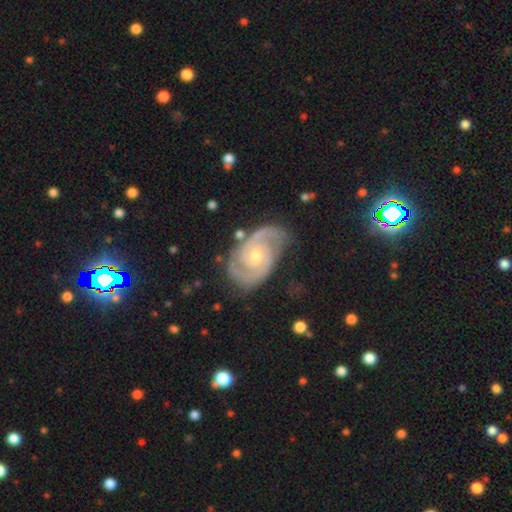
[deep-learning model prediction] smooth_or_featured: featured or disk (p=0.92) [alt: star or artifact p=0.05]
disk_edge_on: no (p=0.98) [alt: yes p=0.02]
bar: no (p=0.65) [alt: weak p=0.27]
has_spiral_arms: yes (p=0.98) [alt: no p=0.02]
spiral_winding: tight (p=0.63) [alt: medium p=0.33]
spiral_arm_count: 2 (p=0.84) [alt: 3 p=0.08]
bulge_size: moderate (p=0.55) [alt: small p=0.42]
merging: none (p=0.78) [alt: minor disturbance p=0.16]